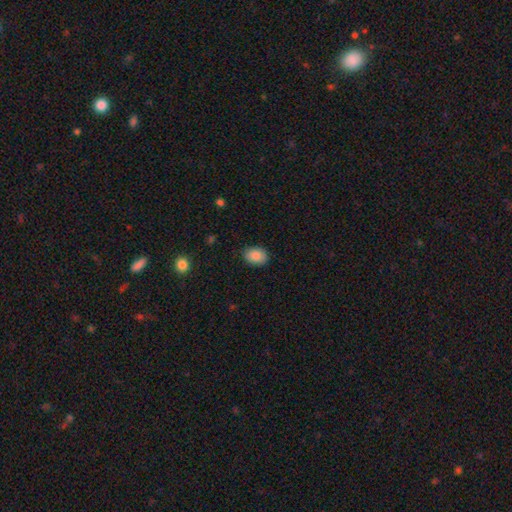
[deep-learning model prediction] This is clearly a smooth galaxy (88%). How rounded: likely in between (72%). Merging: clearly none (86%).